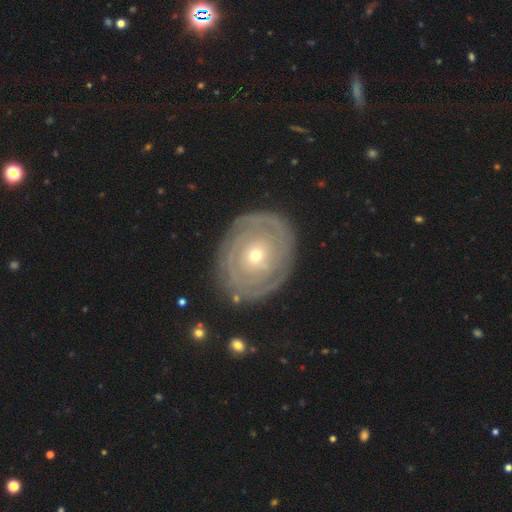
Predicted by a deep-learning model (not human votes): Q: Smooth or featured?
A: featured or disk (77%); runner-up: smooth (18%)
Q: Edge-on disk?
A: no (96%); runner-up: yes (4%)
Q: Bar?
A: no (82%); runner-up: weak (13%)
Q: Spiral arms?
A: yes (72%); runner-up: no (28%)
Q: Spiral winding?
A: tight (81%); runner-up: medium (13%)
Q: Spiral arm count?
A: can't tell (44%); runner-up: 2 (23%)
Q: Bulge size?
A: small (66%); runner-up: moderate (31%)
Q: Merging?
A: none (81%); runner-up: minor disturbance (13%)